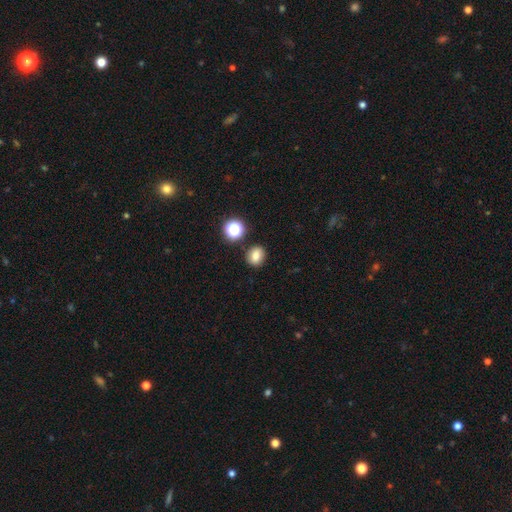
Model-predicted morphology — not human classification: Smooth or featured: smooth — 79% (star or artifact — 14%)
How rounded: round — 58% (in between — 41%)
Merging: none — 83% (minor disturbance — 9%)